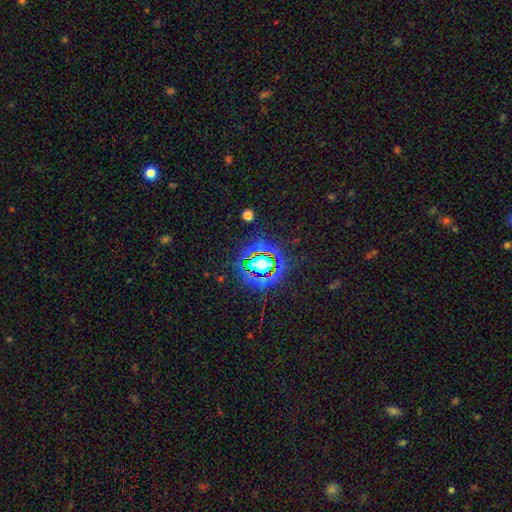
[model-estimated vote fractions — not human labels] This appears to be a star or artifact, not a galaxy (78%).